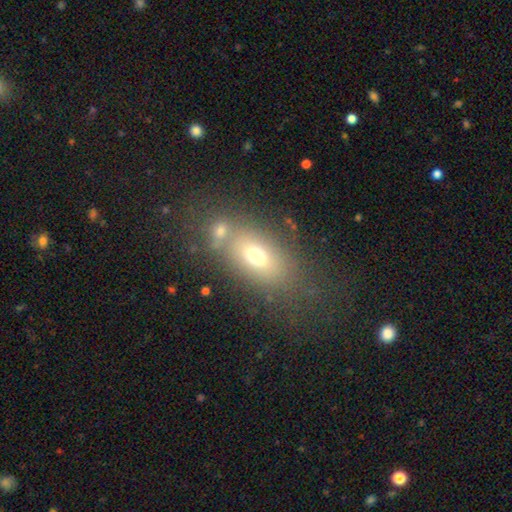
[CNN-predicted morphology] Smooth or featured? Predicted: smooth (p=0.66). How rounded? Predicted: in between (p=0.81). Merging? Predicted: none (p=0.57).